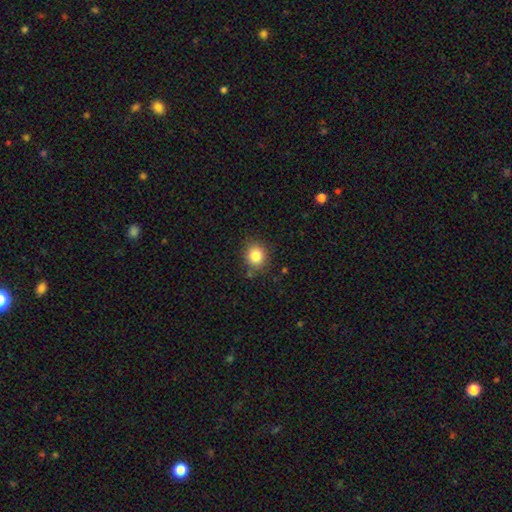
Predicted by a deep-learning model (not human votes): Smooth or featured?
  - smooth: 84% *
  - star or artifact: 10%
  - featured or disk: 6%
How rounded?
  - round: 82% *
  - in between: 17%
  - cigar-shaped: 1%
Merging?
  - none: 83% *
  - minor disturbance: 11%
  - major disturbance: 3%
  - merger: 3%